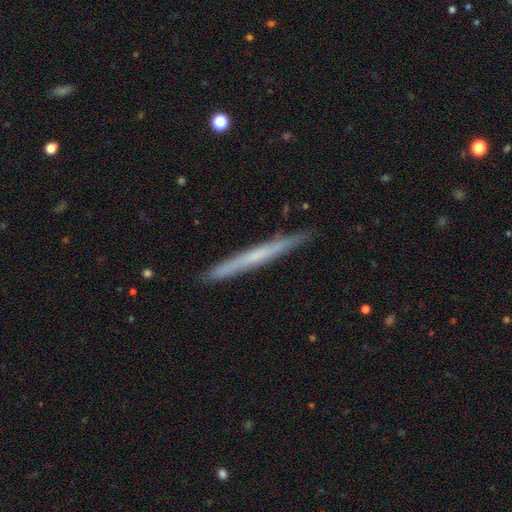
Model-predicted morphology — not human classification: A smooth galaxy with no disk features (48%).

Vote fractions:
- Smooth or featured? smooth: 48% / featured or disk: 46% / star or artifact: 6%
- Merging? none: 91% / minor disturbance: 7% / major disturbance: 1% / merger: 1%